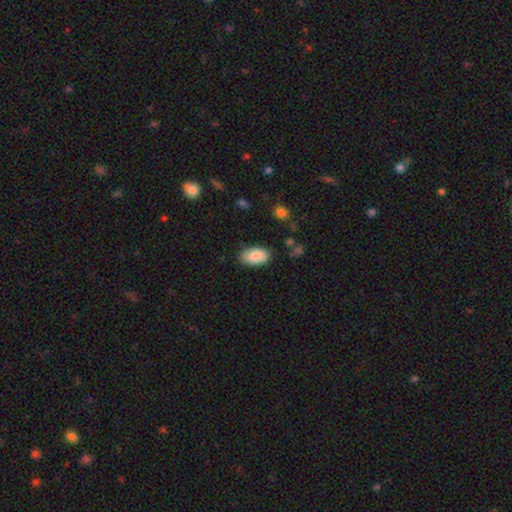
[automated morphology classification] Smooth or featured? smooth (83%)
How rounded? in between (95%)
Merging? none (82%)